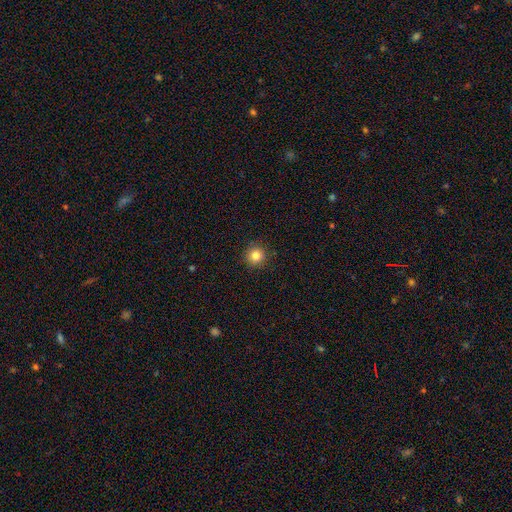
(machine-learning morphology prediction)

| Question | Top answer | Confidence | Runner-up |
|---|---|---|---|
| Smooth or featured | smooth | 83% | star or artifact (11%) |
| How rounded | round | 95% | in between (4%) |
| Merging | none | 92% | minor disturbance (6%) |